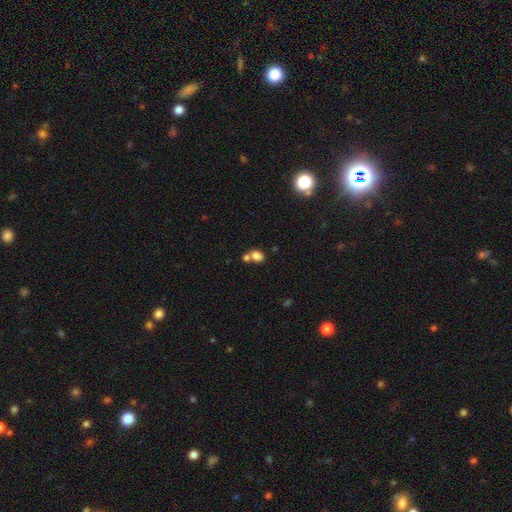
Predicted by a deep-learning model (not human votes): Smooth or featured: smooth — 79% (star or artifact — 13%)
How rounded: in between — 71% (round — 27%)
Merging: none — 43% (merger — 42%)